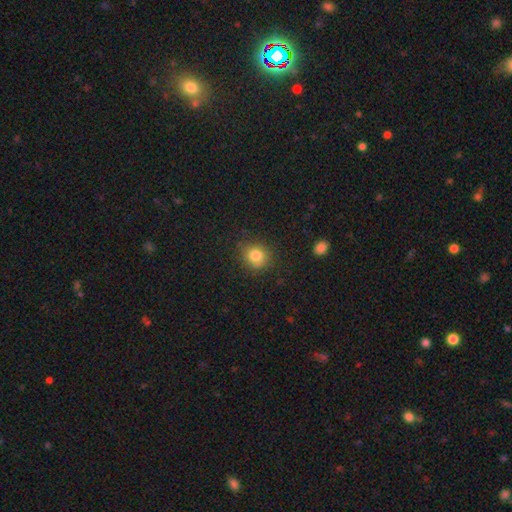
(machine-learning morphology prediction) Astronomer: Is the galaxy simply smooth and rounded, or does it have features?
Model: smooth — 82%.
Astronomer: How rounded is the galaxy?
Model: round — 80%.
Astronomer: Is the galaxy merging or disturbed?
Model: none — 82%.